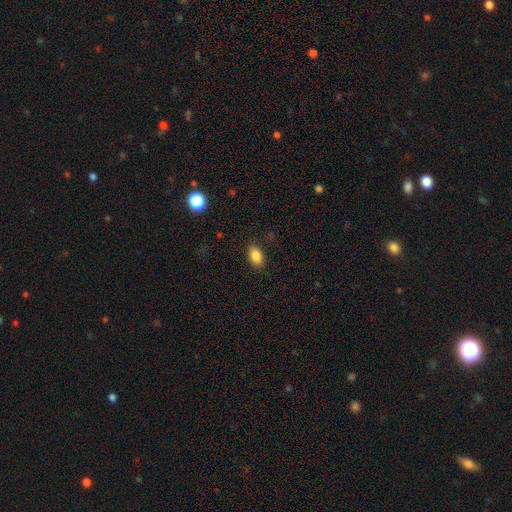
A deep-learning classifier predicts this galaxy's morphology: smooth 86%, star or artifact 9%, featured or disk 5%. Down the decision tree: how rounded — in between (89%); merging — none (87%).